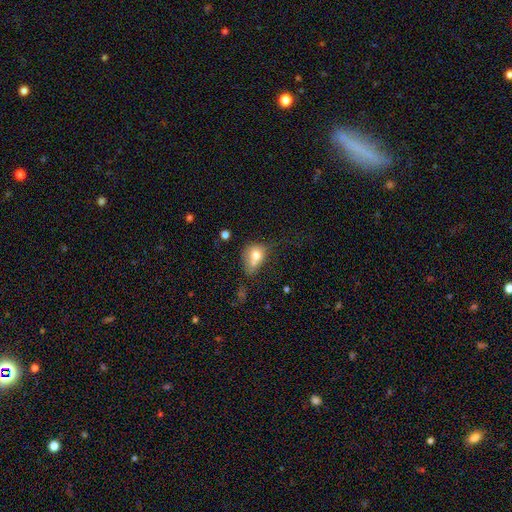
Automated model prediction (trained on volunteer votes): Smooth or featured?
  - smooth: 72% *
  - featured or disk: 17%
  - star or artifact: 11%
How rounded?
  - round: 54% *
  - in between: 44%
  - cigar-shaped: 1%
Merging?
  - merger: 33% *
  - none: 29%
  - minor disturbance: 22%
  - major disturbance: 16%